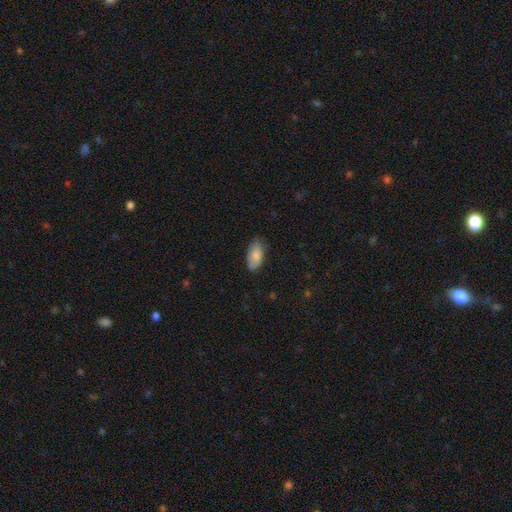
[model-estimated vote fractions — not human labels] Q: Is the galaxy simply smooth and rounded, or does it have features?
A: smooth — 83%.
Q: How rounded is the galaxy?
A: in between — 92%.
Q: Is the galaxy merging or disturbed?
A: none — 73%.